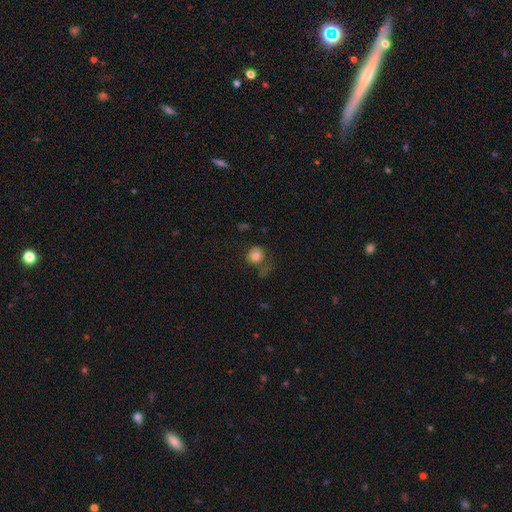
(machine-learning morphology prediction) smooth_or_featured: smooth (p=0.81) [alt: star or artifact p=0.11]
how_rounded: round (p=0.79) [alt: in between p=0.20]
merging: none (p=0.59) [alt: minor disturbance p=0.21]